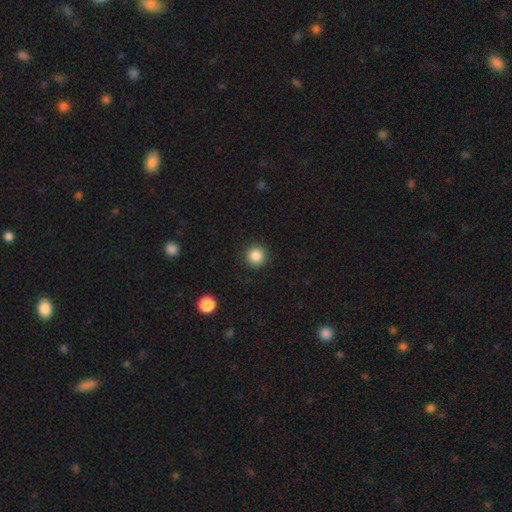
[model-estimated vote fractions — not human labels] Smooth or featured?
  - smooth: 87% *
  - star or artifact: 10%
  - featured or disk: 3%
How rounded?
  - round: 96% *
  - in between: 3%
  - cigar-shaped: 1%
Merging?
  - none: 92% *
  - minor disturbance: 5%
  - major disturbance: 2%
  - merger: 1%